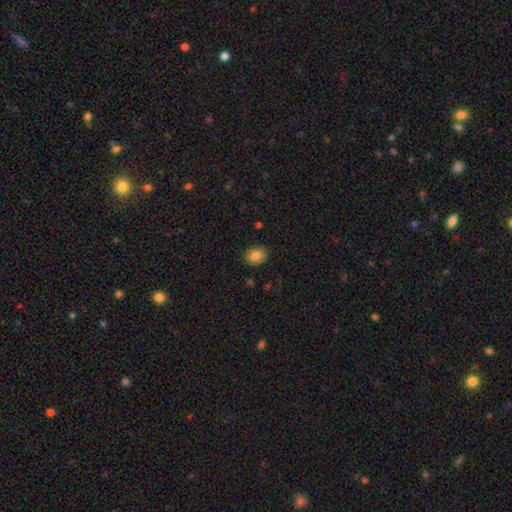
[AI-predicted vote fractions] Morphology: type=smooth (83%); roundness=round (61%); merging=none (88%).